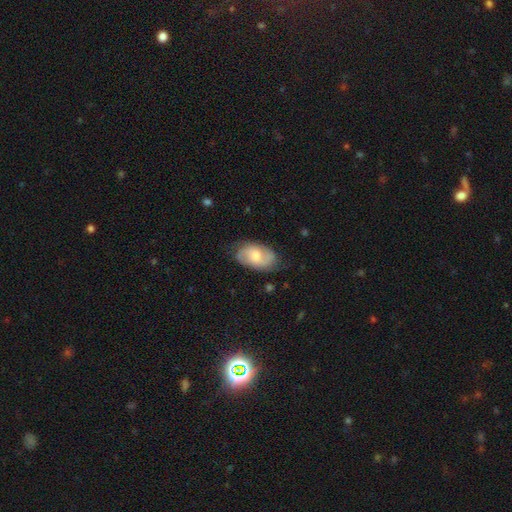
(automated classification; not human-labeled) This appears to be a featured or disk galaxy (59%) with no bar (55%), spiral arms (88%) and a moderate central bulge (61%). Merging: none (74%).